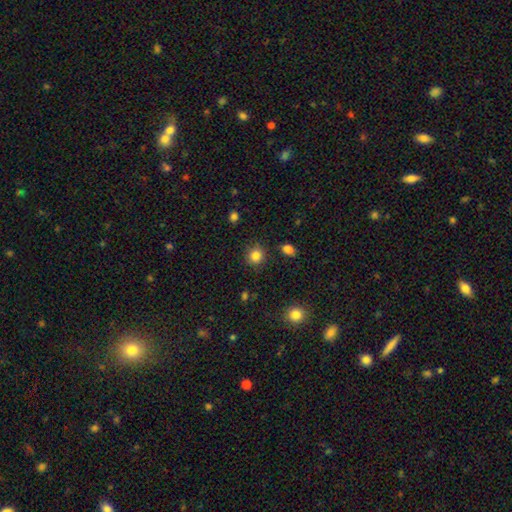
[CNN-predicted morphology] This is clearly a smooth galaxy (84%). How rounded: clearly round (90%). Merging: clearly none (87%).